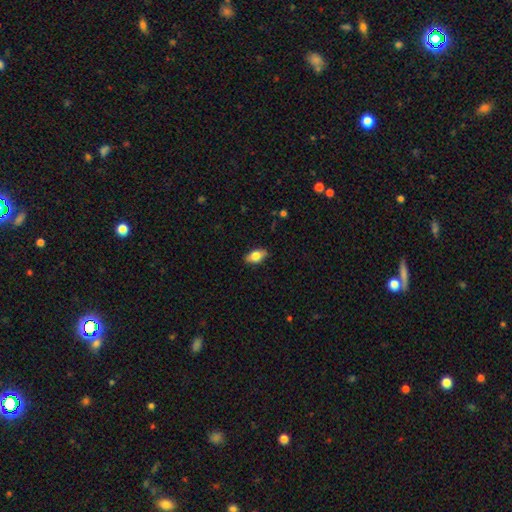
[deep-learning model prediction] Morphology: type=smooth (76%); roundness=in between (89%); merging=none (86%).